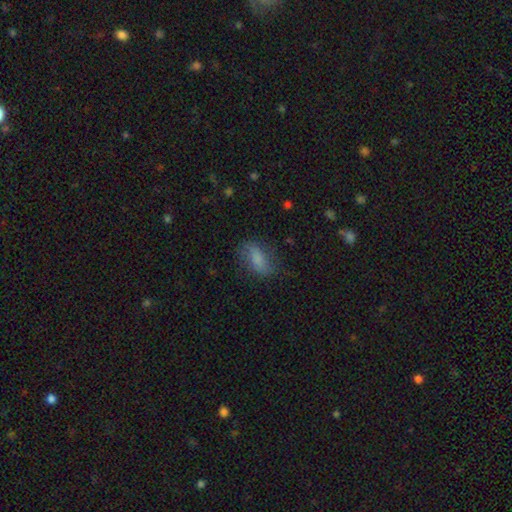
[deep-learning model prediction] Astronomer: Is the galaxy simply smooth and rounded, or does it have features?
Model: smooth — 71%.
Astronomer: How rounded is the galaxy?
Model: in between — 84%.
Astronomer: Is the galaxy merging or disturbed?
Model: none — 71%.